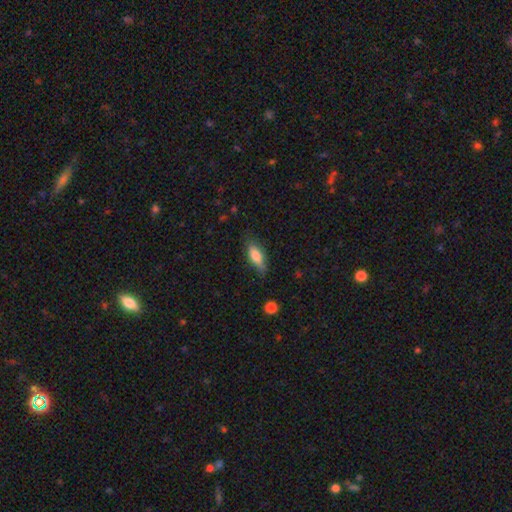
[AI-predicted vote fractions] Smooth or featured: smooth — 75% (featured or disk — 18%)
How rounded: in between — 65% (cigar-shaped — 32%)
Merging: none — 74% (minor disturbance — 20%)